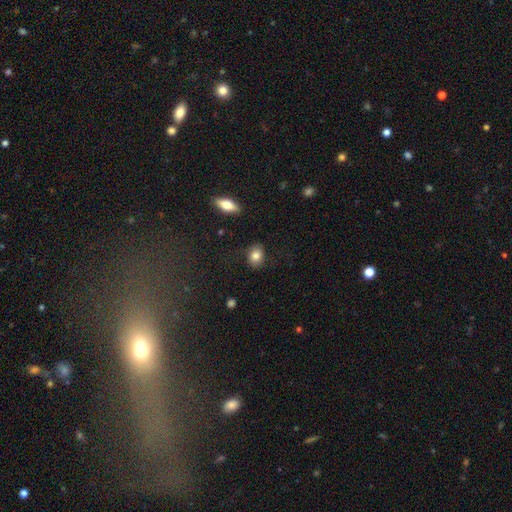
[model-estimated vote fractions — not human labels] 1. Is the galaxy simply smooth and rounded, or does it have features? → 82% smooth, 10% featured or disk, 8% star or artifact.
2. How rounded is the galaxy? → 63% in between, 35% round, 2% cigar-shaped.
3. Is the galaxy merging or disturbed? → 82% none, 13% minor disturbance, 3% major disturbance, 2% merger.